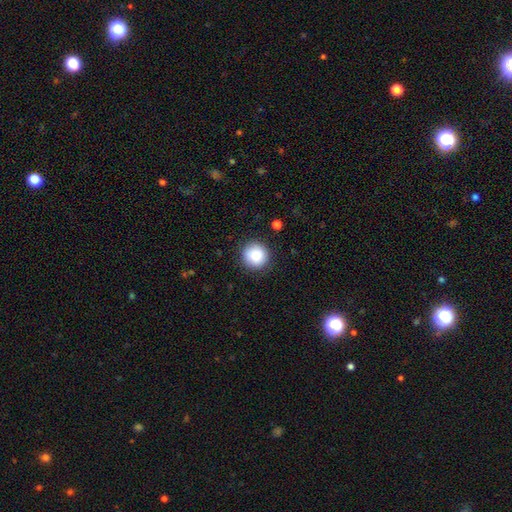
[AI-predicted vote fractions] smooth_or_featured: smooth (p=0.85) [alt: star or artifact p=0.09]
how_rounded: round (p=0.94) [alt: in between p=0.05]
merging: none (p=0.89) [alt: minor disturbance p=0.08]